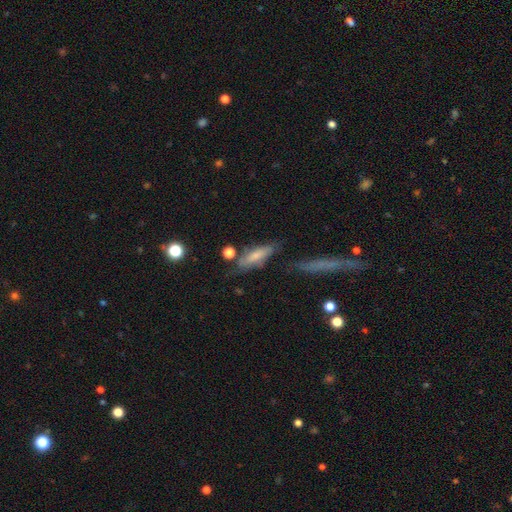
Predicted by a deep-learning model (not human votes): Morphology: type=smooth (63%); roundness=cigar-shaped (52%); merging=none (56%).